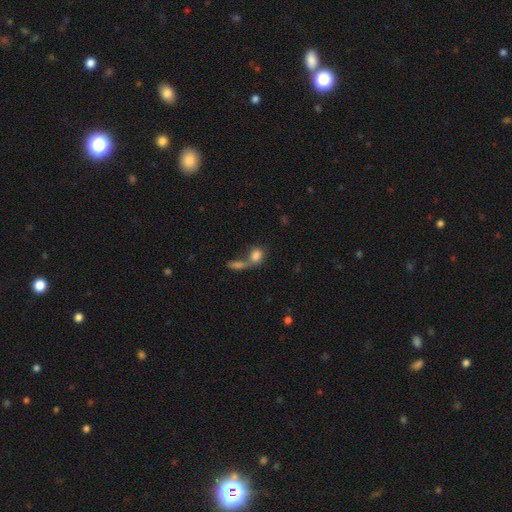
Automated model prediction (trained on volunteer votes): Overall: smooth (81%). How rounded: round (49%; in between 46%). Merging: merger (57%; none 29%).